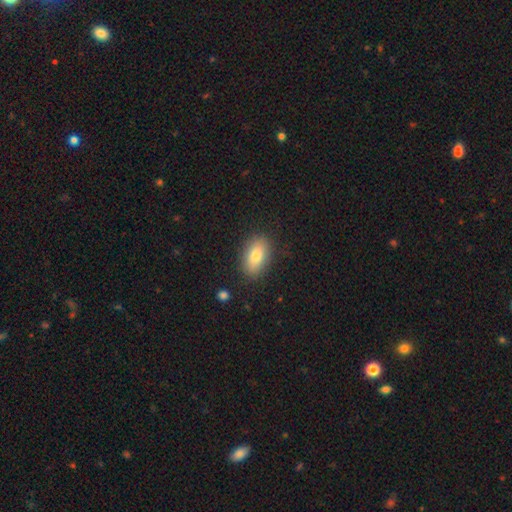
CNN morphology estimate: smooth-or-featured: smooth: 80% | featured or disk: 12% | star or artifact: 8%
  how-rounded: in between: 90% | round: 7% | cigar-shaped: 3%
  merging: none: 86% | minor disturbance: 10% | major disturbance: 3% | merger: 1%